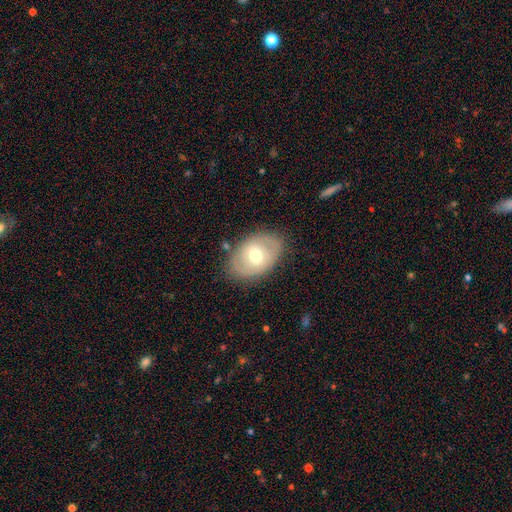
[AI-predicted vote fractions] Smooth or featured?
  - smooth: 48% *
  - featured or disk: 45%
  - star or artifact: 7%
Merging?
  - none: 79% *
  - minor disturbance: 14%
  - major disturbance: 5%
  - merger: 2%